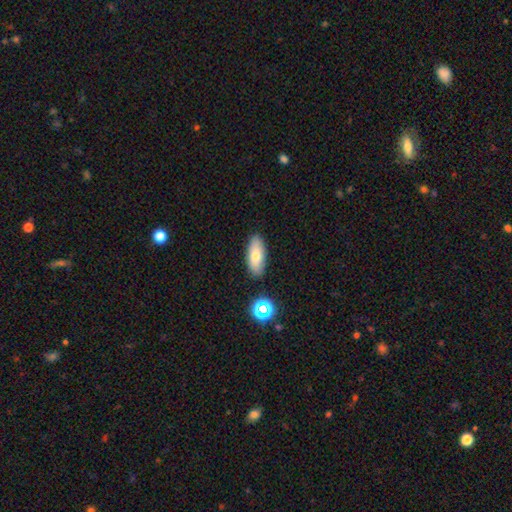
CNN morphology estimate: A smooth galaxy with no disk features (75%) that is in between round and cigar-shaped (83%). Merging: none (85%).